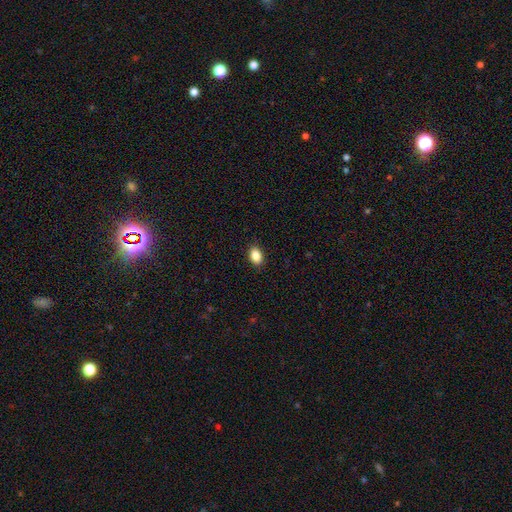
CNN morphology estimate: The model was most divided on "how rounded": in between: 84%, round: 15%, cigar-shaped: 1%. More confident: merging — none (89%); smooth or featured — smooth (87%).